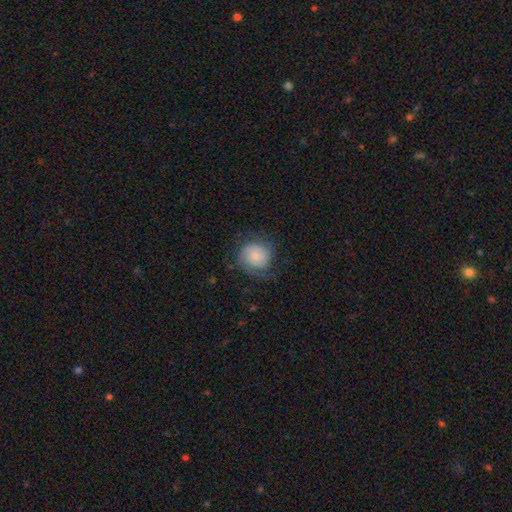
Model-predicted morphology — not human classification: smooth_or_featured: smooth (p=0.60) [alt: featured or disk p=0.31]
how_rounded: round (p=0.86) [alt: in between p=0.13]
merging: none (p=0.63) [alt: minor disturbance p=0.22]